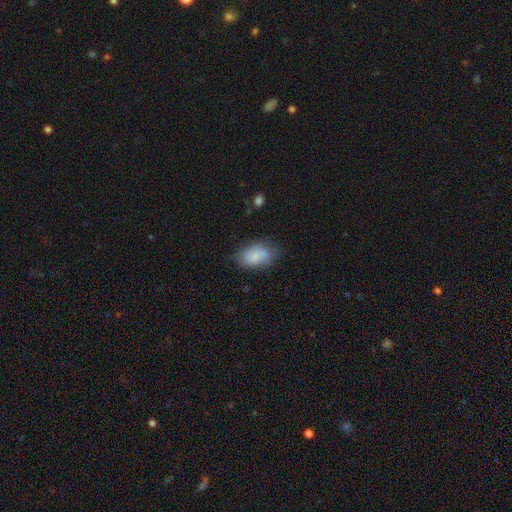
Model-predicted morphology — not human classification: Overall: smooth (79%). How rounded: in between (91%). Merging: none (67%).